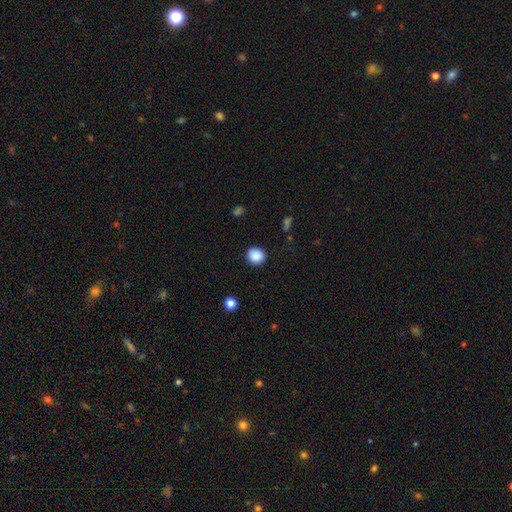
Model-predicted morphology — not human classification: smooth-or-featured: smooth: 88% | star or artifact: 9% | featured or disk: 3%
  how-rounded: round: 86% | in between: 13% | cigar-shaped: 1%
  merging: none: 90% | minor disturbance: 7% | major disturbance: 2% | merger: 1%